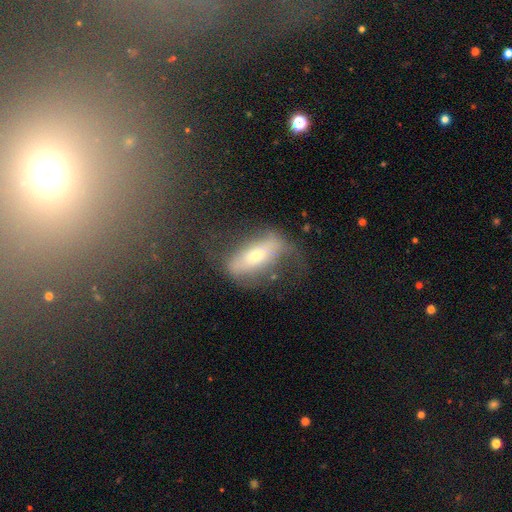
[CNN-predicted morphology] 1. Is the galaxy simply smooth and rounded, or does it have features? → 59% featured or disk, 33% smooth, 8% star or artifact.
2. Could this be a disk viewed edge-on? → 71% no, 29% yes.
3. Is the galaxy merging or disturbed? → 39% none, 35% major disturbance, 22% minor disturbance, 4% merger.